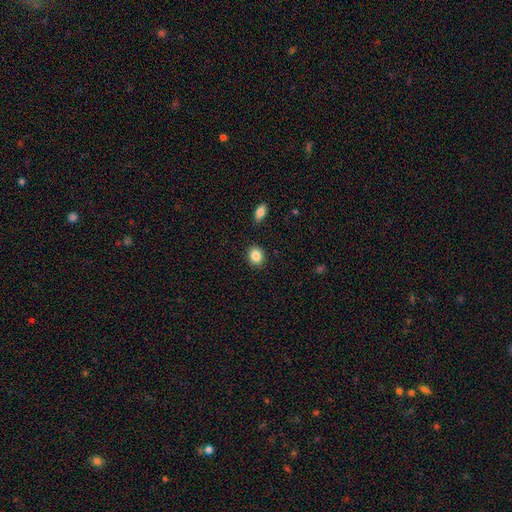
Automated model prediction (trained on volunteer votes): Overall: smooth (86%). How rounded: round (63%; in between 36%). Merging: none (88%).